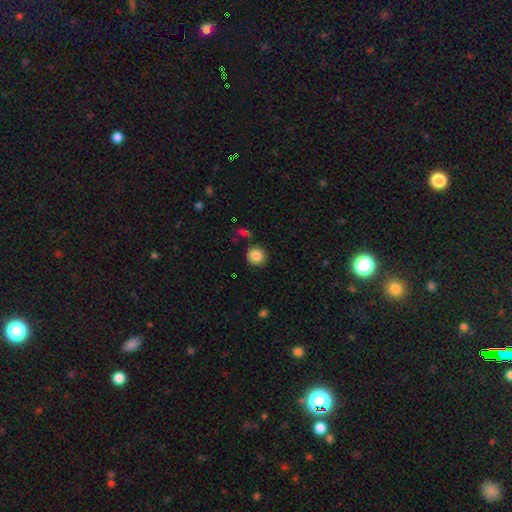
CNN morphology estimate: This appears to be a smooth galaxy with no disk features (86%) that is round (90%). Merging: none (86%).